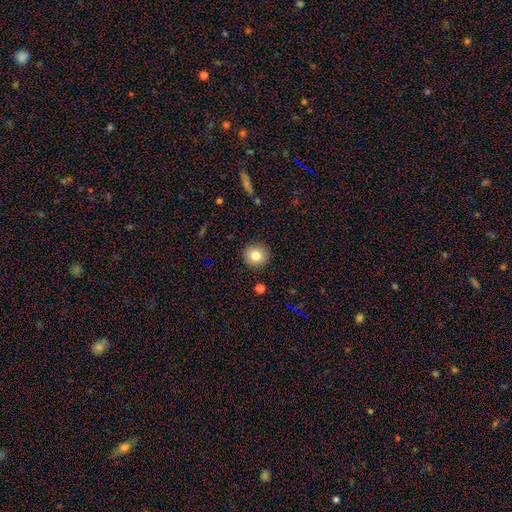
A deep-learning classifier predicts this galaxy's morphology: This is clearly a smooth galaxy (81%). How rounded: clearly round (94%). Merging: clearly none (91%).